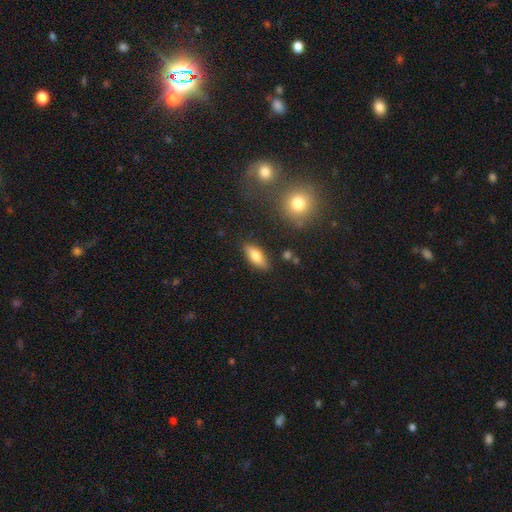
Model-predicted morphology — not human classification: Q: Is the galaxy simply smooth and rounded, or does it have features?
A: smooth — 76%.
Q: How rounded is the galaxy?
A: in between — 79%.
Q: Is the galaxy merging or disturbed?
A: none — 85%.